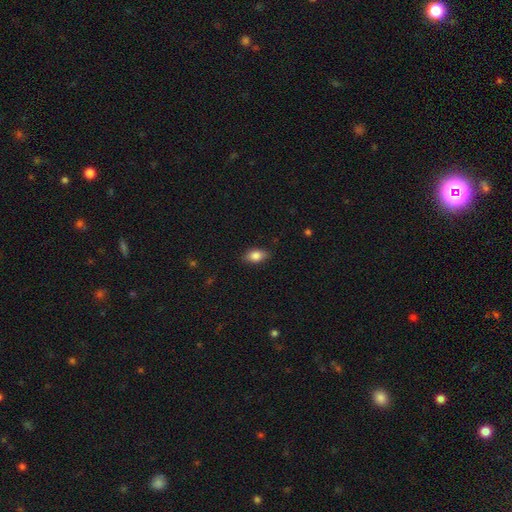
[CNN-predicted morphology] This is clearly a smooth galaxy (83%). How rounded: clearly in between (88%). Merging: clearly none (86%).